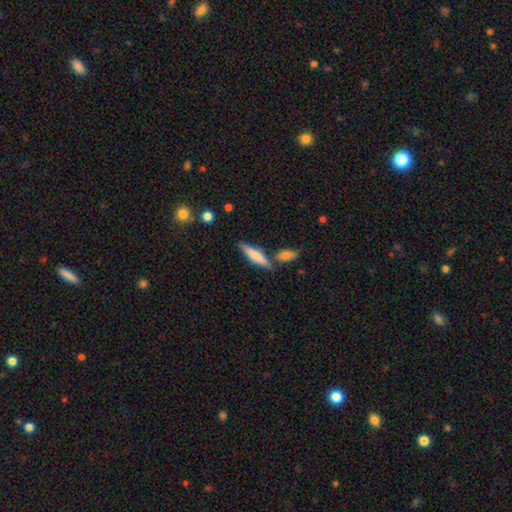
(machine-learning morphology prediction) A smooth galaxy with no disk features (71%) that is cigar-shaped (76%). Merging: none (69%).